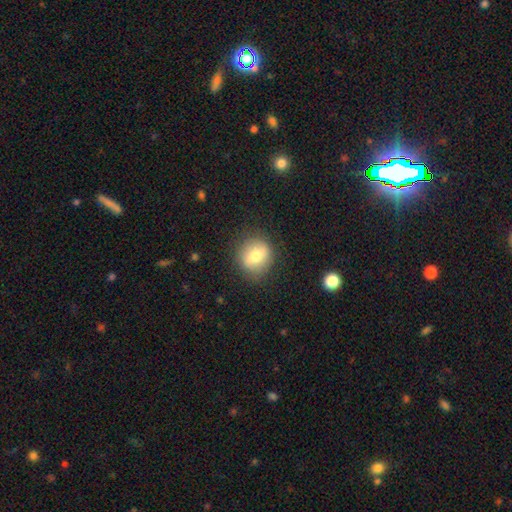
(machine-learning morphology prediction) Smooth or featured? smooth (68%)
How rounded? round (84%)
Merging? none (85%)